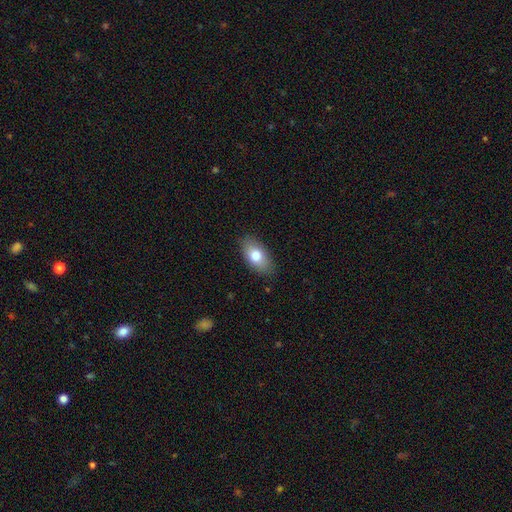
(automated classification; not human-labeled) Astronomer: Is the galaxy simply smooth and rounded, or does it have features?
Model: smooth — 78%.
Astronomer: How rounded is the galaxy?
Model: in between — 92%.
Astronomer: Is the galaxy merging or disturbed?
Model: none — 85%.